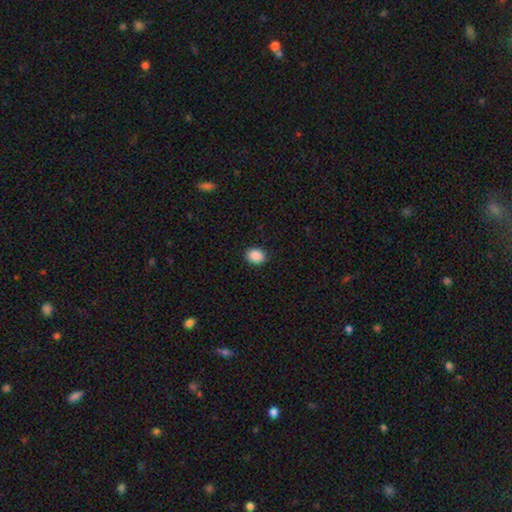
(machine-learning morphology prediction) Smooth or featured: smooth — 90% (star or artifact — 8%)
How rounded: in between — 53% (round — 46%)
Merging: none — 90% (minor disturbance — 7%)